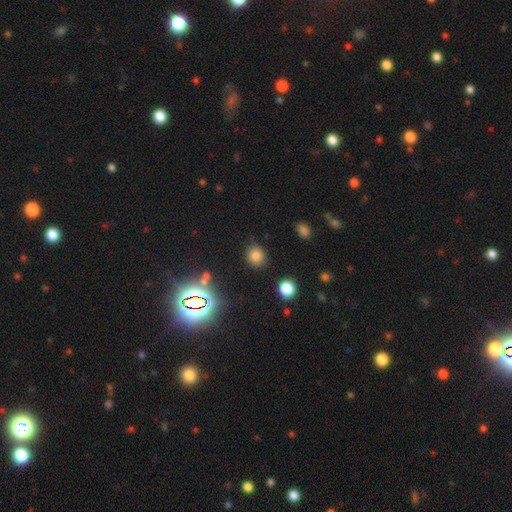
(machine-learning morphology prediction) Smooth or featured?
  - smooth: 77% *
  - star or artifact: 18%
  - featured or disk: 6%
How rounded?
  - round: 77% *
  - in between: 22%
  - cigar-shaped: 1%
Merging?
  - none: 84% *
  - minor disturbance: 10%
  - major disturbance: 3%
  - merger: 3%